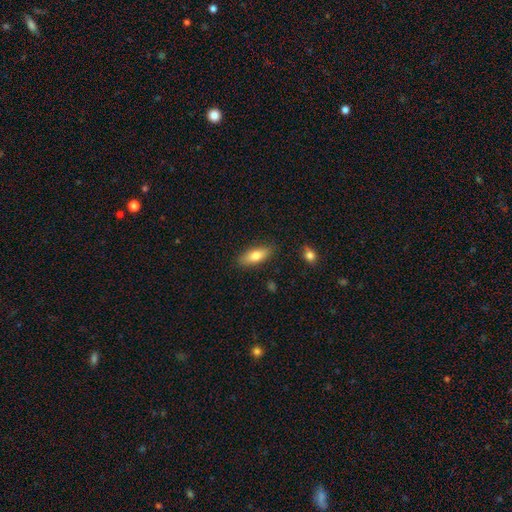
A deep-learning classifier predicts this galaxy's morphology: A smooth galaxy with no disk features (76%) that is in between round and cigar-shaped (72%).

Vote fractions:
- Smooth or featured? smooth: 76% / featured or disk: 17% / star or artifact: 7%
- How rounded? in between: 72% / cigar-shaped: 26% / round: 3%
- Merging? none: 85% / minor disturbance: 11% / major disturbance: 2% / merger: 2%